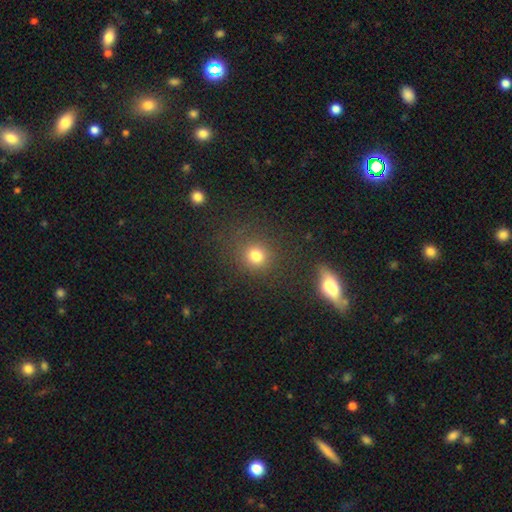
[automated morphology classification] smooth 77%, star or artifact 16%, featured or disk 6%. Down the decision tree: how rounded — round (88%); merging — none (83%).